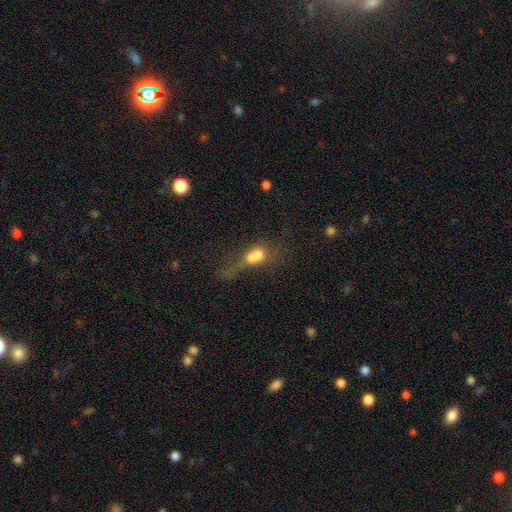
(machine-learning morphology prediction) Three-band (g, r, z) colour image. It shows a smooth galaxy with no disk features (61%) that is round (48%). Merging: merger (63%).